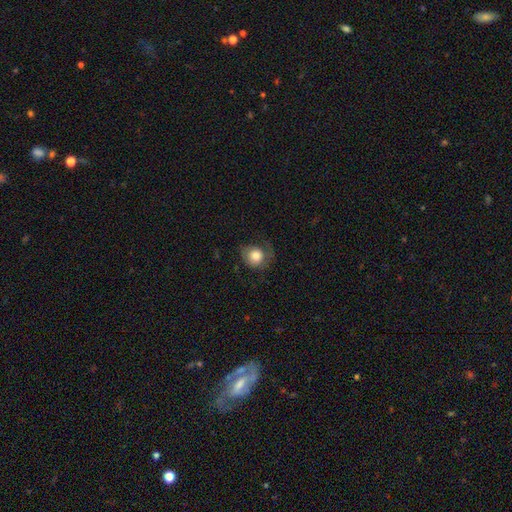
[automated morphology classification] Smooth or featured? Predicted: smooth (p=0.74). How rounded? Predicted: round (p=0.81). Merging? Predicted: none (p=0.50).